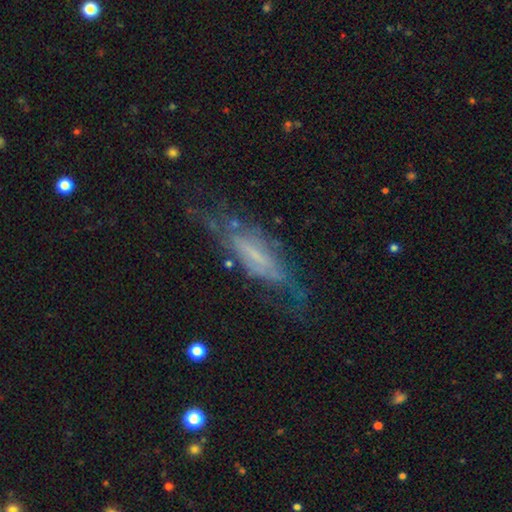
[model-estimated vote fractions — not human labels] The model was most divided on "edge-on disk": no: 52%, yes: 48%. More confident: smooth or featured — featured or disk (64%); merging — none (57%).